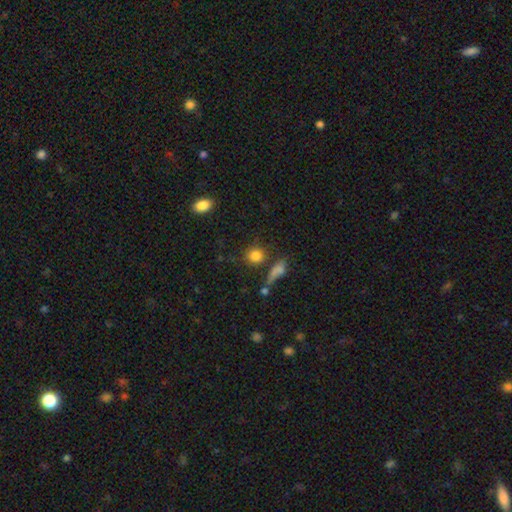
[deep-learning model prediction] This is clearly a smooth galaxy (81%). How rounded: clearly round (80%). Merging: likely none (73%).